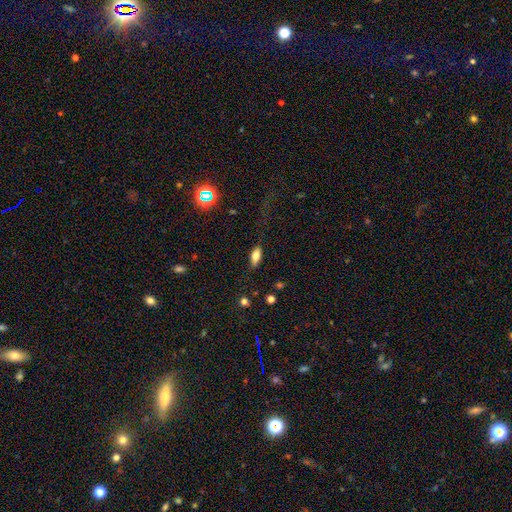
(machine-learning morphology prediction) smooth 76%, featured or disk 16%, star or artifact 8%. Down the decision tree: how rounded — in between (82%); merging — none (80%).